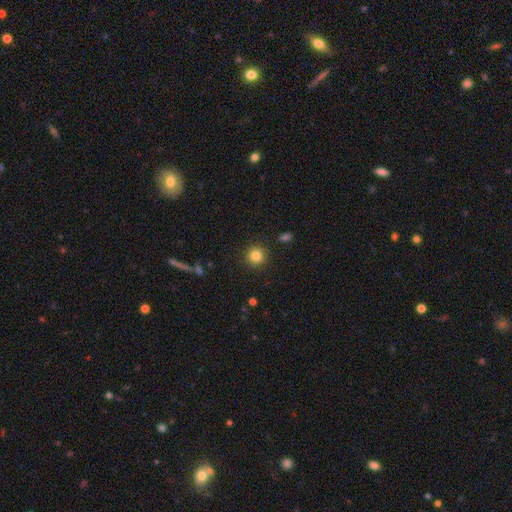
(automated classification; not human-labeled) smooth-or-featured: smooth: 83% | star or artifact: 11% | featured or disk: 6%
  how-rounded: round: 93% | in between: 6% | cigar-shaped: 1%
  merging: none: 90% | minor disturbance: 6% | major disturbance: 2% | merger: 1%